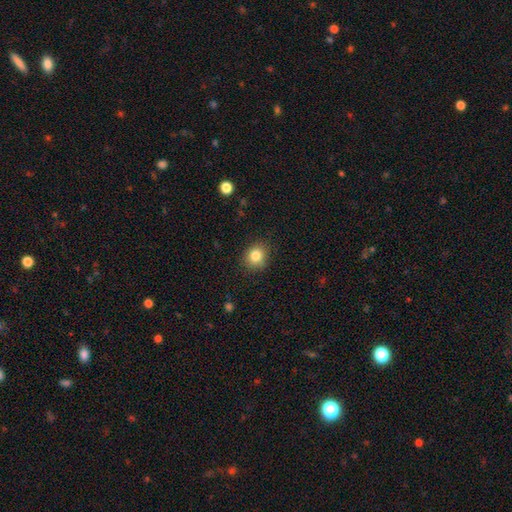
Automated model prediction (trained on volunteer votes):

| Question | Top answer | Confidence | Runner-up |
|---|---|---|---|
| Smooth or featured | smooth | 83% | star or artifact (11%) |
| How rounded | round | 75% | in between (24%) |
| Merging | none | 87% | minor disturbance (10%) |